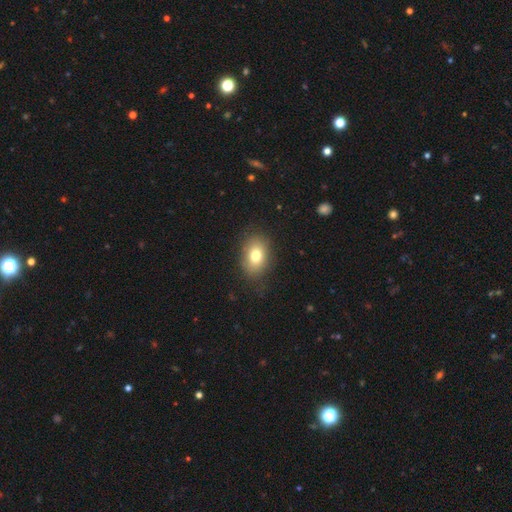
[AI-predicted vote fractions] Smooth or featured? Predicted: smooth (p=0.77). How rounded? Predicted: in between (p=0.75). Merging? Predicted: none (p=0.83).